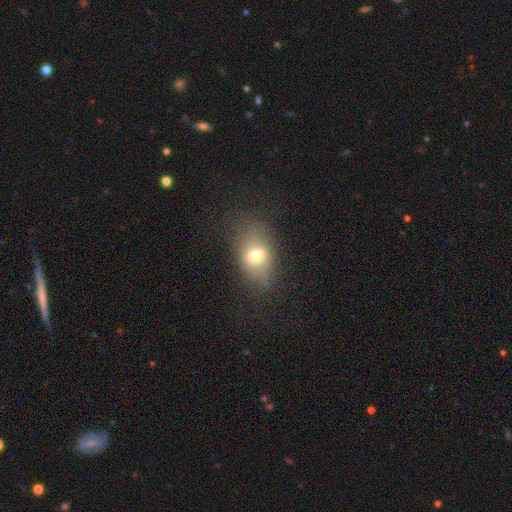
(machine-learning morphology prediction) This appears to be a smooth galaxy with no disk features (67%) that is in between round and cigar-shaped (76%). Merging: none (72%).